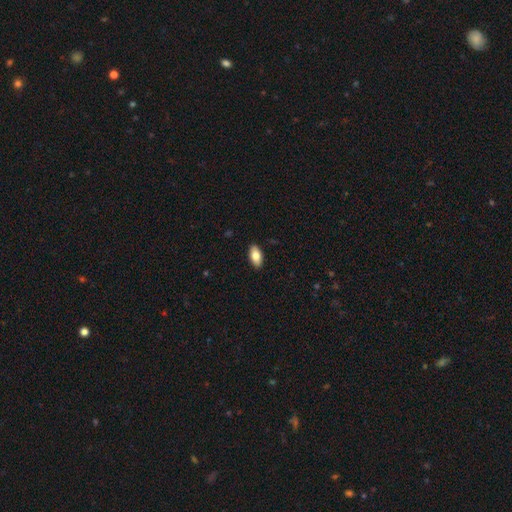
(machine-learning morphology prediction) Smooth or featured? smooth (81%)
How rounded? in between (91%)
Merging? none (90%)